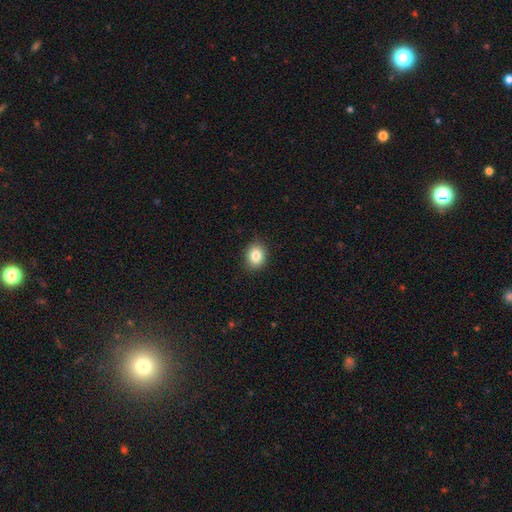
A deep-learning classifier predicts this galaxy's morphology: smooth_or_featured: smooth (p=0.84) [alt: star or artifact p=0.09]
how_rounded: round (p=0.58) [alt: in between p=0.41]
merging: none (p=0.90) [alt: minor disturbance p=0.07]